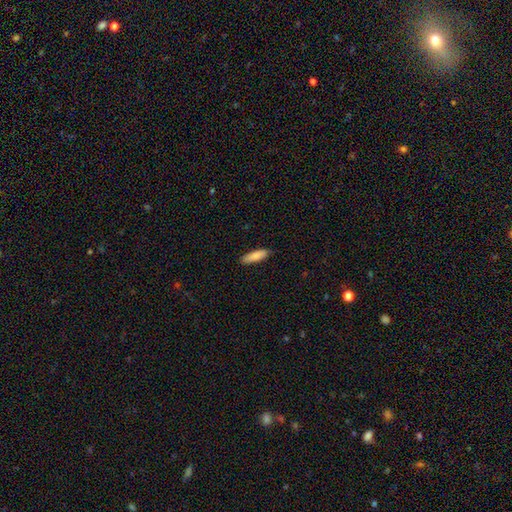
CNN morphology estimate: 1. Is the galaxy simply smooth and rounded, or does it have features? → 85% smooth, 10% featured or disk, 6% star or artifact.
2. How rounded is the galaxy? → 59% cigar-shaped, 40% in between, 2% round.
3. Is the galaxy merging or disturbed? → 87% none, 10% minor disturbance, 2% major disturbance, 1% merger.